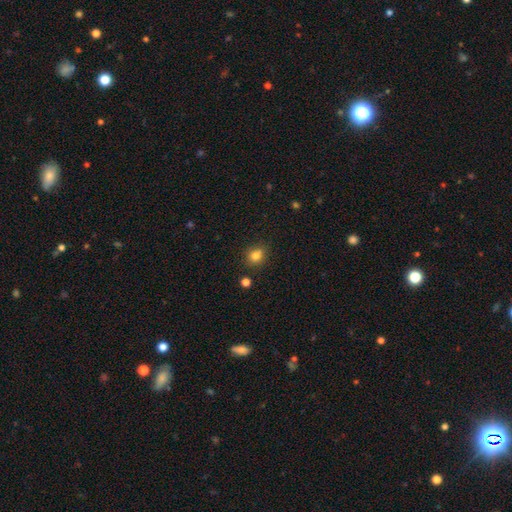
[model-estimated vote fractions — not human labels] Overall: smooth (81%). How rounded: round (61%; in between 38%). Merging: none (81%).